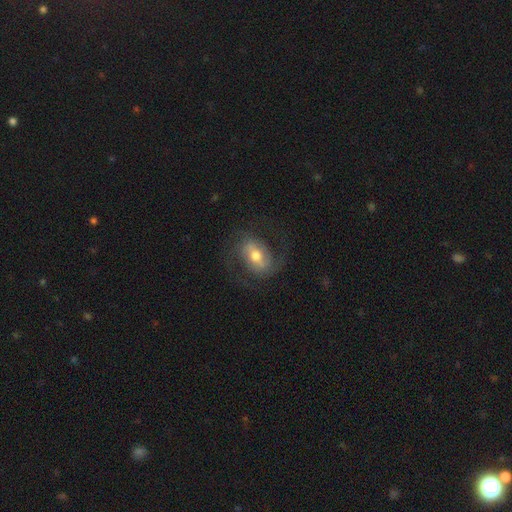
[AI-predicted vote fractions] A featured or disk galaxy (67%) with a weak bar (45%), 2 (83%) medium (48%) spiral arms (86%) and a moderate central bulge (70%).

Vote fractions:
- Smooth or featured? featured or disk: 67% / smooth: 26% / star or artifact: 7%
- Edge-on disk? no: 96% / yes: 4%
- Bar? weak: 45% / strong: 29% / no: 26%
- Spiral arms? yes: 86% / no: 14%
- Spiral winding? medium: 48% / loose: 33% / tight: 19%
- Spiral arm count? 2: 83% / can't tell: 8% / 1: 4% / 3: 2% / 4: 1% / more than 4: 1%
- Bulge size? moderate: 70% / small: 14% / large: 13% / dominant: 2% / none: 1%
- Merging? none: 69% / minor disturbance: 15% / major disturbance: 14% / merger: 1%